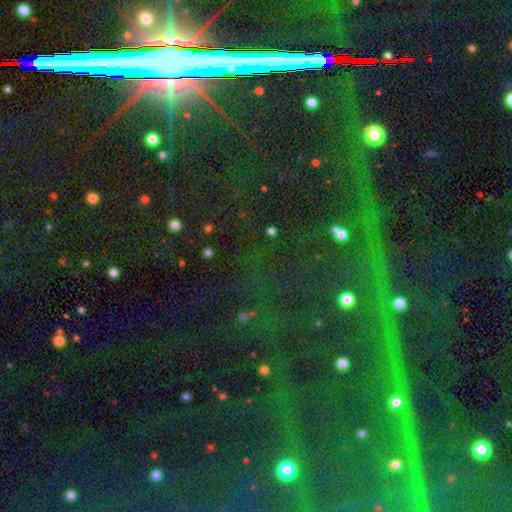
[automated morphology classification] A star or artifact, not a galaxy (78%).

Vote fractions:
- Smooth or featured? star or artifact: 78% / smooth: 13% / featured or disk: 9%